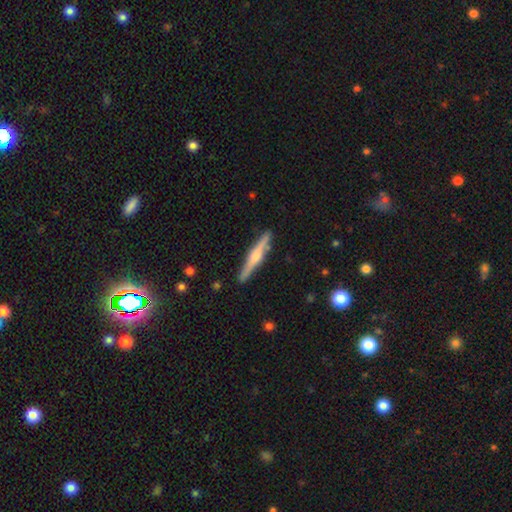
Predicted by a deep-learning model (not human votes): Morphology: type=featured or disk (68%); edge-on=yes (98%); edge-on bulge=rounded (79%); merging=none (89%).